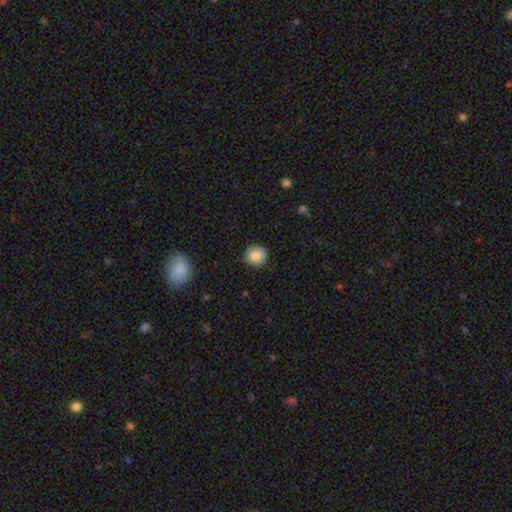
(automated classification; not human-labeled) Smooth or featured?
  - smooth: 85% *
  - star or artifact: 9%
  - featured or disk: 7%
How rounded?
  - round: 92% *
  - in between: 7%
  - cigar-shaped: 1%
Merging?
  - none: 85% *
  - minor disturbance: 12%
  - major disturbance: 2%
  - merger: 1%